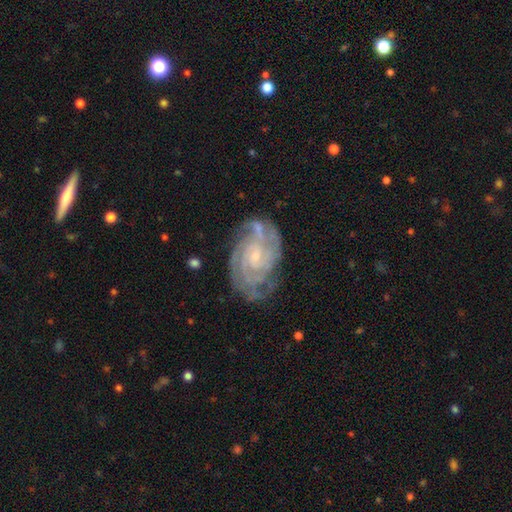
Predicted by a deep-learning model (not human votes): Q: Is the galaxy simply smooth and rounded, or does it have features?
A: featured or disk — 89%.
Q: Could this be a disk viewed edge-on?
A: no — 97%.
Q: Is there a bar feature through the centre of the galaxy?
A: no — 63%.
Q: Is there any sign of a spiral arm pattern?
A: yes — 98%.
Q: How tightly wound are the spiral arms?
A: tight — 72%.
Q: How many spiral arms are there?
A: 3 — 23%, tied with 4.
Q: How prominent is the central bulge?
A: small — 77%.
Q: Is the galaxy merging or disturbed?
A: none — 72%.